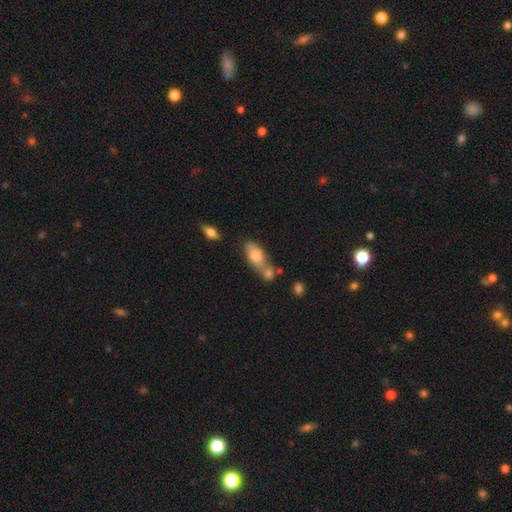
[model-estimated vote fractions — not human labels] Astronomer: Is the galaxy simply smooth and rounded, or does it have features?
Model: smooth — 71%.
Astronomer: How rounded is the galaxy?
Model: in between — 79%.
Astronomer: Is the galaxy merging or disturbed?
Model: merger — 49% (runner-up: none, 26%).